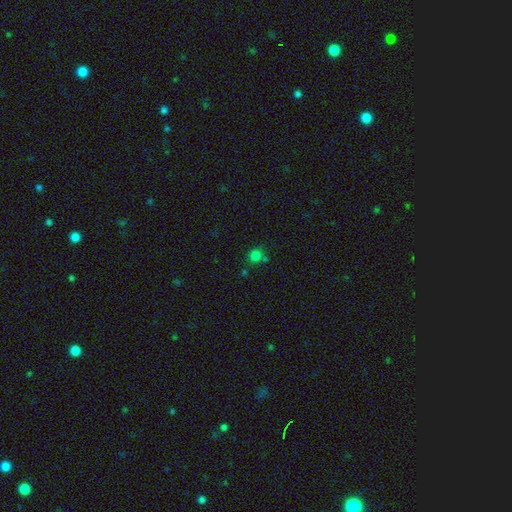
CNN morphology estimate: Smooth or featured? smooth (77%)
How rounded? round (87%)
Merging? none (70%)